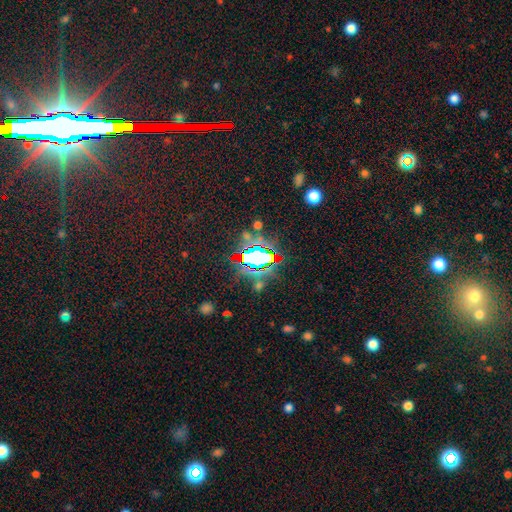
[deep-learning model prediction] This is likely a star or artifact rather than a galaxy (72%).